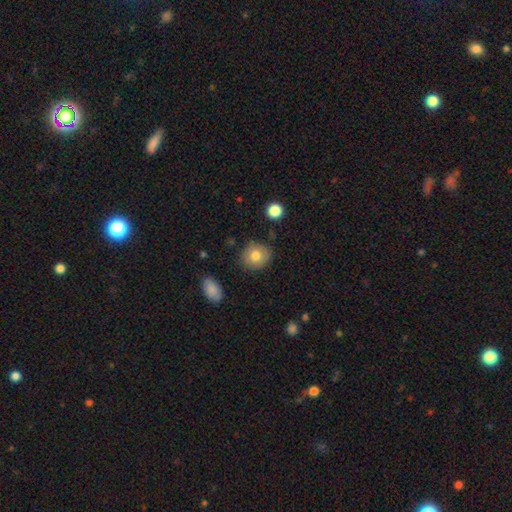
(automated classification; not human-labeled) Morphology: type=smooth (77%); roundness=round (76%); merging=none (81%).